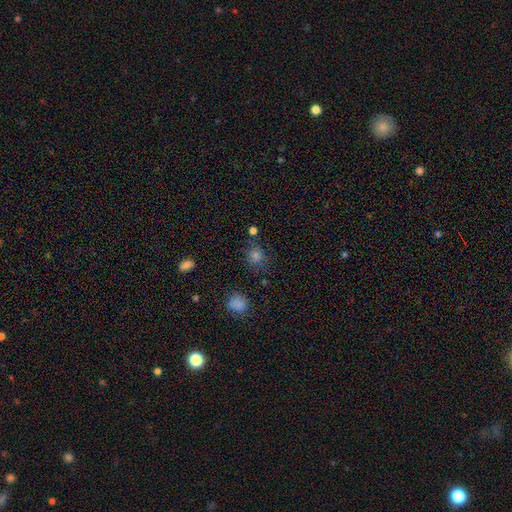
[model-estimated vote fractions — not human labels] Overall: smooth (71%). How rounded: round (79%). Merging: none (76%).